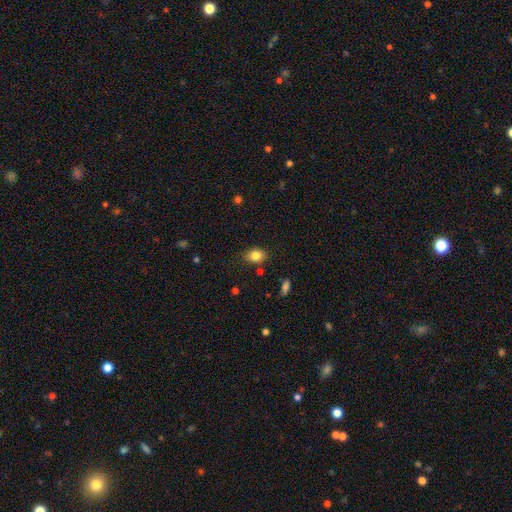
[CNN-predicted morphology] Smooth or featured?
  - smooth: 82% *
  - star or artifact: 10%
  - featured or disk: 8%
How rounded?
  - in between: 75% *
  - round: 24%
  - cigar-shaped: 1%
Merging?
  - none: 81% *
  - minor disturbance: 14%
  - major disturbance: 3%
  - merger: 3%